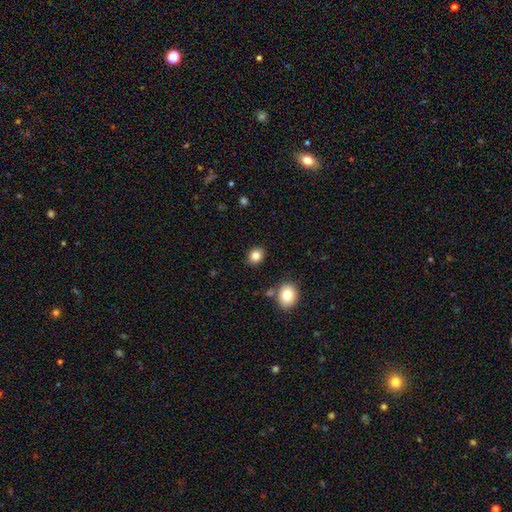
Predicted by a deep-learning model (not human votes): Q: Smooth or featured?
A: smooth (82%); runner-up: star or artifact (10%)
Q: How rounded?
A: round (55%); runner-up: in between (44%)
Q: Merging?
A: none (86%); runner-up: minor disturbance (9%)